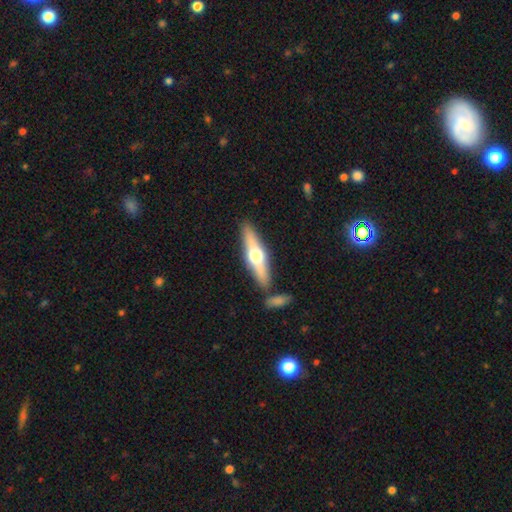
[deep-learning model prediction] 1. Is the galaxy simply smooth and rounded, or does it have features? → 57% featured or disk, 38% smooth, 5% star or artifact.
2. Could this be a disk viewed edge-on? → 92% yes, 8% no.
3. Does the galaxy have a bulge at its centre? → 95% rounded, 3% boxy, 2% none.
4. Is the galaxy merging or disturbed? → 79% none, 9% merger, 9% minor disturbance, 2% major disturbance.